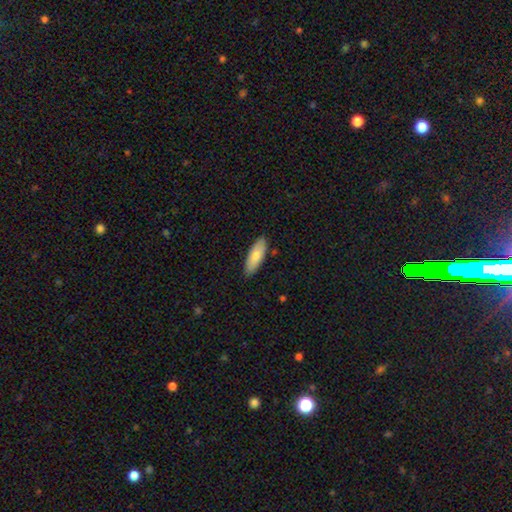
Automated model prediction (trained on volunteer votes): smooth_or_featured: smooth (p=0.74) [alt: featured or disk p=0.20]
how_rounded: in between (p=0.67) [alt: cigar-shaped p=0.31]
merging: none (p=0.86) [alt: minor disturbance p=0.11]